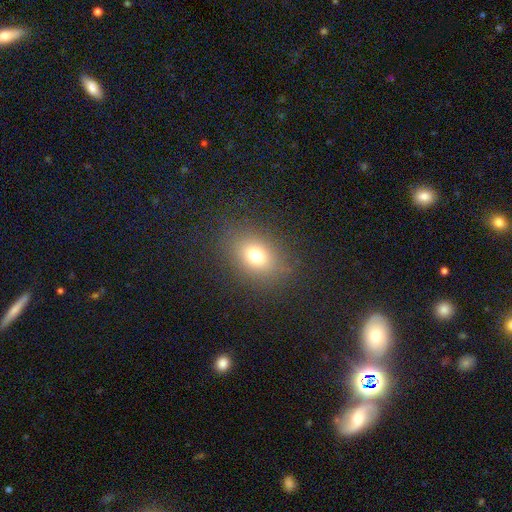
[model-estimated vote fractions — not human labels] The model was most divided on "how rounded": in between: 59%, round: 40%, cigar-shaped: 1%. More confident: merging — none (84%); smooth or featured — smooth (72%).